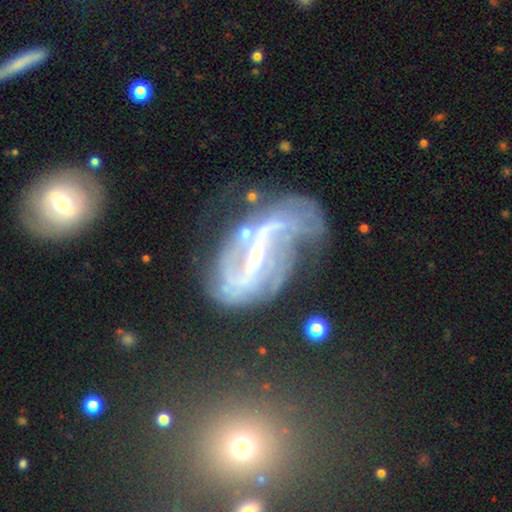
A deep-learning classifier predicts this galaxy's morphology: Smooth or featured? featured or disk (84%)
Edge-on disk? no (95%)
Bar? strong (58%)
Spiral arms? yes (88%)
Spiral winding? loose (51%)
Spiral arm count? 2 (59%)
Bulge size? small (57%)
Merging? major disturbance (35%)